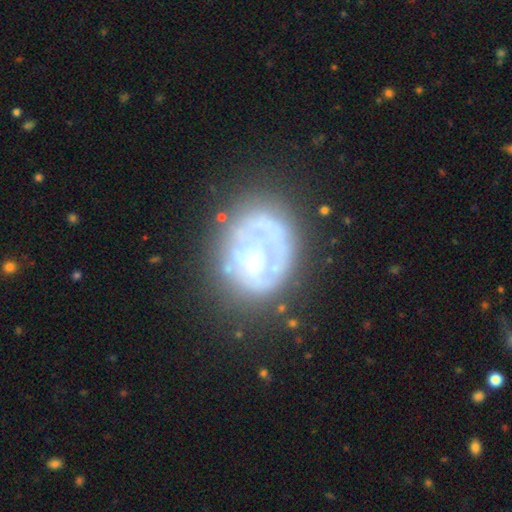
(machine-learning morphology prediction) Smooth or featured? featured or disk (64%)
Edge-on disk? no (98%)
Bar? no (78%)
Spiral arms? no (52%)
Bulge size? small (41%)
Merging? none (55%)